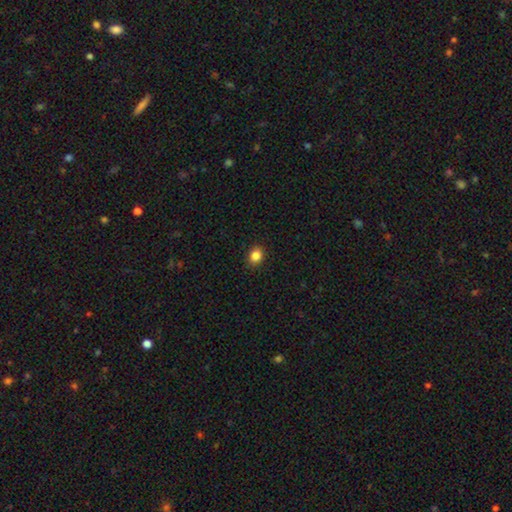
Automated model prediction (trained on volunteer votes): Q: Smooth or featured?
A: smooth (85%); runner-up: star or artifact (11%)
Q: How rounded?
A: round (57%); runner-up: in between (43%)
Q: Merging?
A: none (91%); runner-up: minor disturbance (7%)